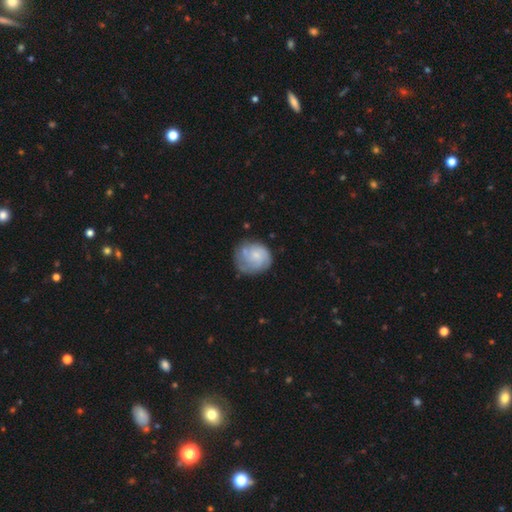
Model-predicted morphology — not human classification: Smooth or featured? Predicted: featured or disk (p=0.47). Merging? Predicted: none (p=0.55).